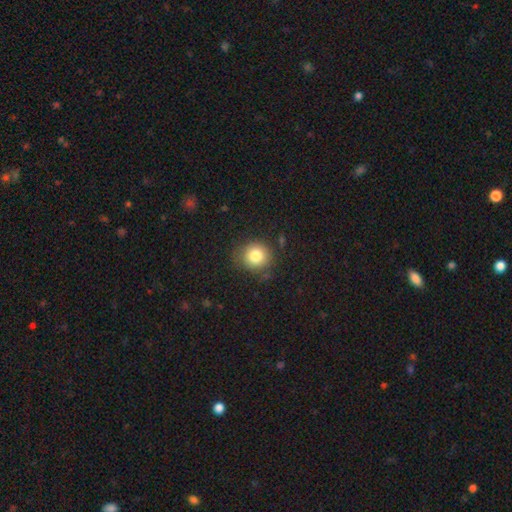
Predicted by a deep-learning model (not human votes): The model was most divided on "merging": none: 80%, minor disturbance: 14%, major disturbance: 4%, merger: 2%. More confident: how rounded — round (87%); smooth or featured — smooth (82%).